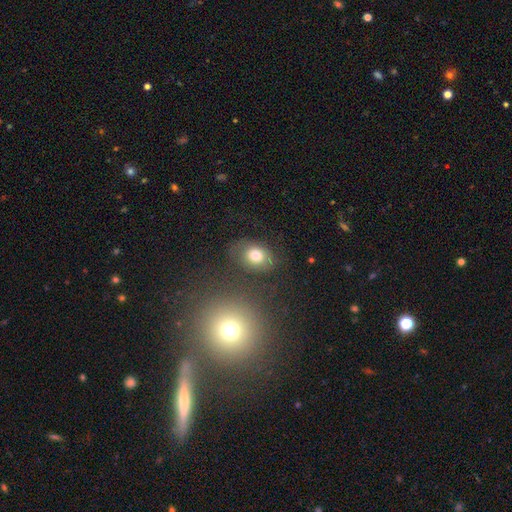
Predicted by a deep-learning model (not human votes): Q: Smooth or featured?
A: smooth (73%); runner-up: featured or disk (16%)
Q: How rounded?
A: in between (65%); runner-up: round (34%)
Q: Merging?
A: none (69%); runner-up: minor disturbance (18%)